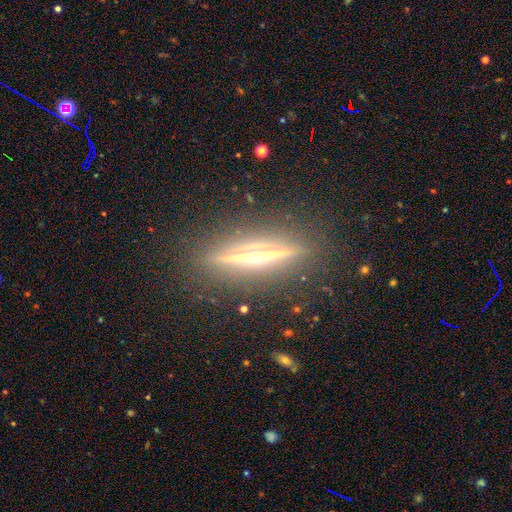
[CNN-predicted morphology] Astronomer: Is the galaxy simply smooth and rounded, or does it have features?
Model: featured or disk — 84%.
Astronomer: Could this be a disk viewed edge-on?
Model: yes — 97%.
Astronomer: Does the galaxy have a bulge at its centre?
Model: rounded — 90%.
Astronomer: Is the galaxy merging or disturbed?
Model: none — 90%.